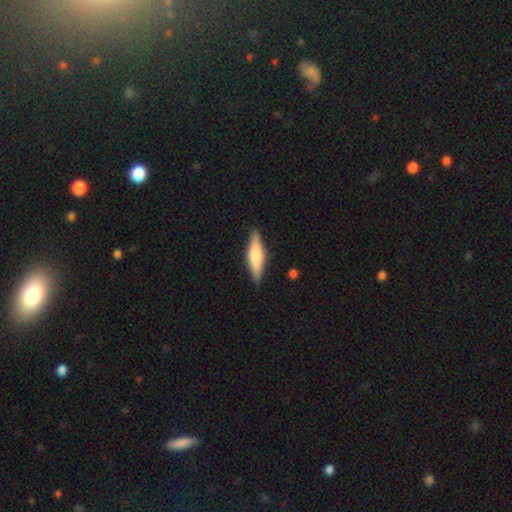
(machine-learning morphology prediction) This appears to be a smooth galaxy with no disk features (60%) that is cigar-shaped (74%). Merging: none (88%).